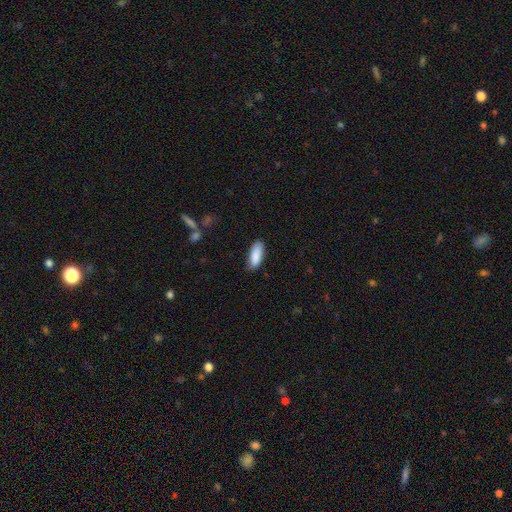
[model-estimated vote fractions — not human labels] The model was most divided on "how rounded": in between: 75%, cigar-shaped: 24%, round: 2%. More confident: smooth or featured — smooth (89%); merging — none (81%).